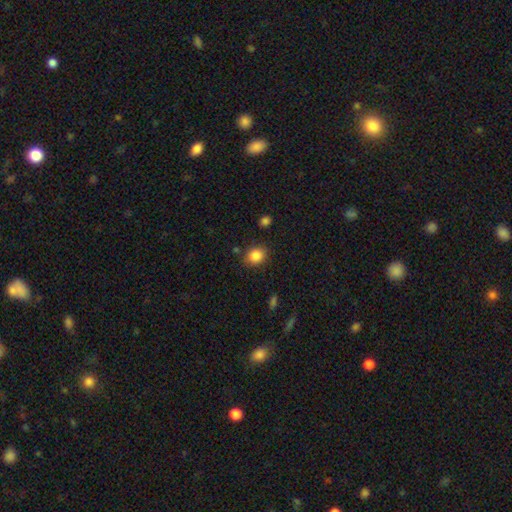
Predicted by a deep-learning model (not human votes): smooth 86%, star or artifact 9%, featured or disk 5%. Down the decision tree: how rounded — round (58%); merging — none (83%).